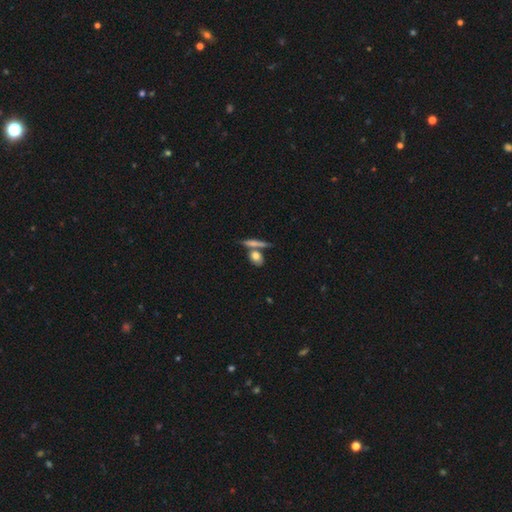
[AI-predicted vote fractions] smooth_or_featured: smooth (p=0.74) [alt: featured or disk p=0.18]
how_rounded: in between (p=0.44) [alt: round p=0.35]
merging: none (p=0.57) [alt: merger p=0.28]